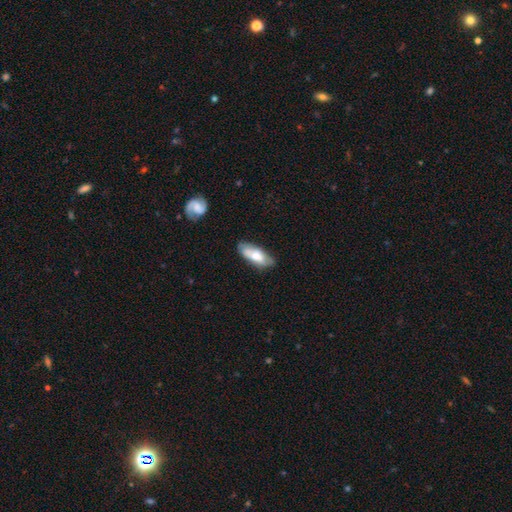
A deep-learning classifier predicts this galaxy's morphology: Q: Smooth or featured?
A: smooth (62%); runner-up: featured or disk (32%)
Q: How rounded?
A: in between (74%); runner-up: cigar-shaped (24%)
Q: Merging?
A: none (69%); runner-up: minor disturbance (23%)